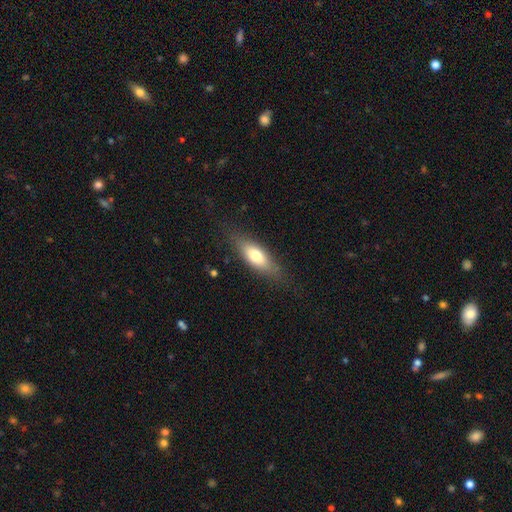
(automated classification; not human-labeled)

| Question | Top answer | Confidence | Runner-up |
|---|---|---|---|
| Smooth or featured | smooth | 69% | featured or disk (24%) |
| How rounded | in between | 65% | cigar-shaped (32%) |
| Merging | none | 78% | minor disturbance (16%) |